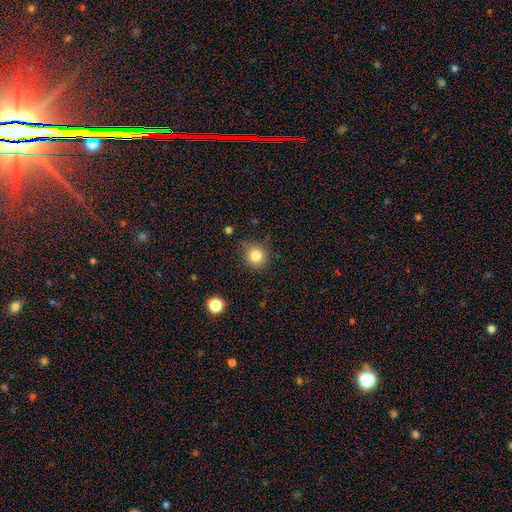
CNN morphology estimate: A smooth galaxy with no disk features (82%) that is round (90%).

Vote fractions:
- Smooth or featured? smooth: 82% / star or artifact: 12% / featured or disk: 6%
- How rounded? round: 90% / in between: 9% / cigar-shaped: 1%
- Merging? none: 78% / minor disturbance: 16% / major disturbance: 3% / merger: 2%